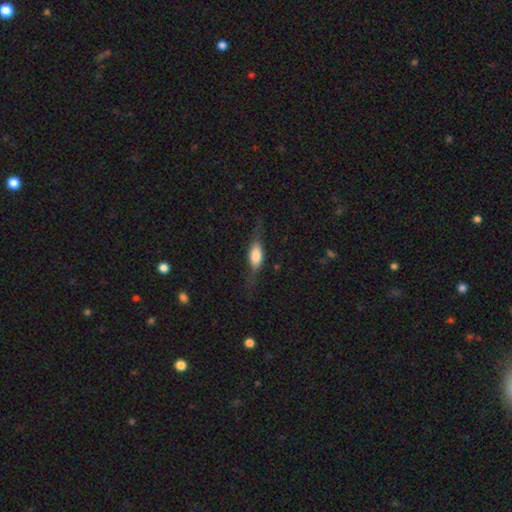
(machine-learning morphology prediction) smooth_or_featured: featured or disk (p=0.47) [alt: smooth p=0.46]
merging: none (p=0.70) [alt: minor disturbance p=0.19]